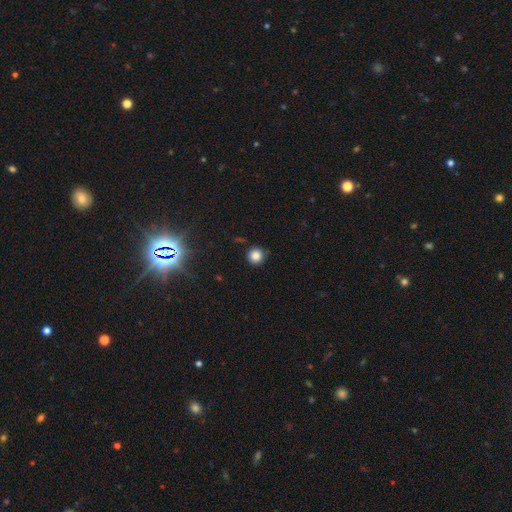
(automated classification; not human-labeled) A smooth galaxy with no disk features (83%) that is round (95%). Merging: none (84%).